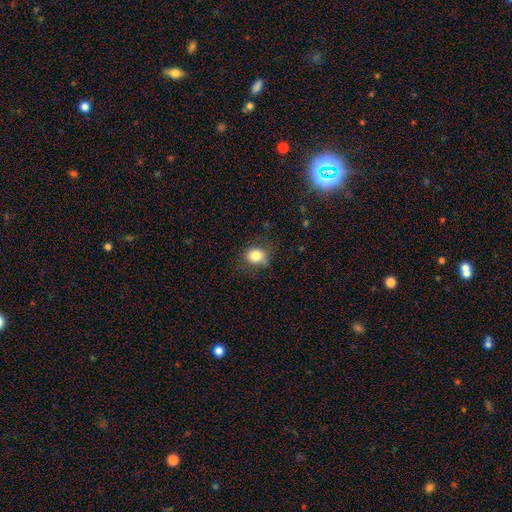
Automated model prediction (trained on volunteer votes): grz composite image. It shows a smooth galaxy with no disk features (81%) that is round (61%). Merging: none (72%).